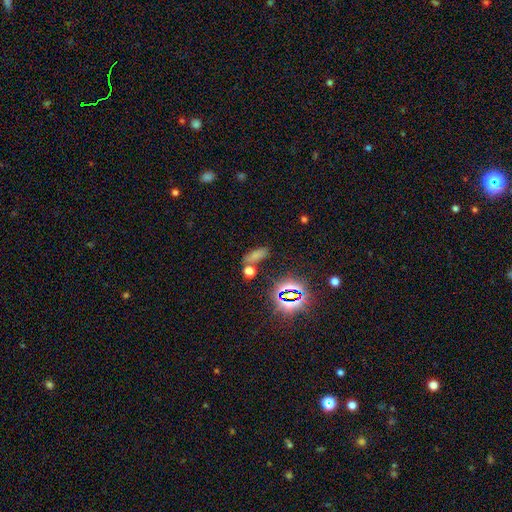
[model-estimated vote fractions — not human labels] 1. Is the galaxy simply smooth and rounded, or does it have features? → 64% smooth, 27% star or artifact, 9% featured or disk.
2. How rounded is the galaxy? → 66% in between, 26% cigar-shaped, 8% round.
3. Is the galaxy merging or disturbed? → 66% none, 15% merger, 14% minor disturbance, 6% major disturbance.